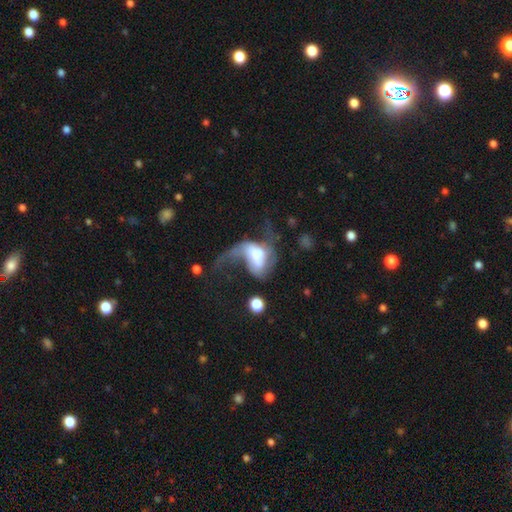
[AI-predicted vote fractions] Smooth or featured: featured or disk — 58% (smooth — 34%)
Edge-on disk: no — 94% (yes — 6%)
Bar: no — 52% (weak — 33%)
Spiral arms: yes — 62% (no — 38%)
Bulge size: large — 37% (moderate — 36%)
Merging: major disturbance — 60% (merger — 16%)